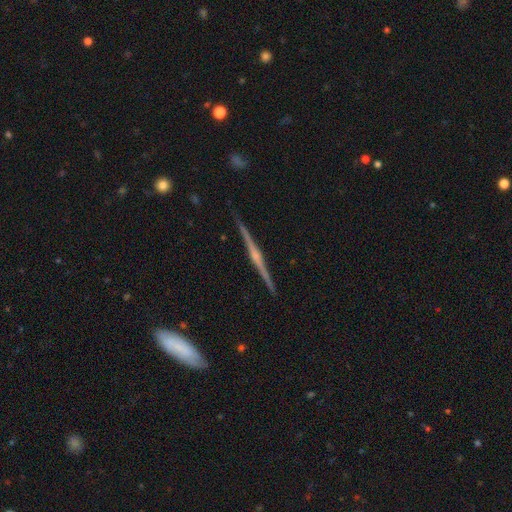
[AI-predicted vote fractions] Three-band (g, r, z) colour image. It shows a featured or disk galaxy (84%) viewed edge-on (99%) with a rounded central bulge (78%). Merging: none (91%).